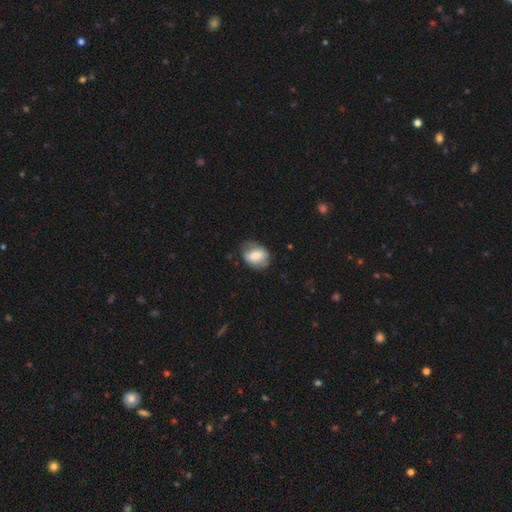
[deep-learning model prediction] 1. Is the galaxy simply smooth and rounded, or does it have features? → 61% smooth, 31% featured or disk, 7% star or artifact.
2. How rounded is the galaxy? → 65% in between, 34% round, 1% cigar-shaped.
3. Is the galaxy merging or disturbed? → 67% none, 23% minor disturbance, 8% major disturbance, 1% merger.